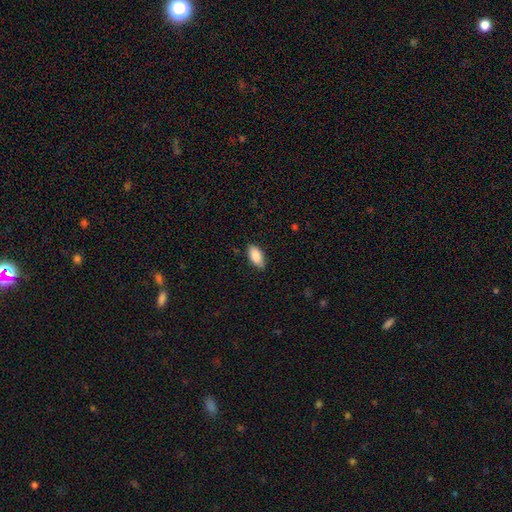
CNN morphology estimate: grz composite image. It shows a smooth galaxy with no disk features (88%) that is in between round and cigar-shaped (92%). Merging: none (81%).